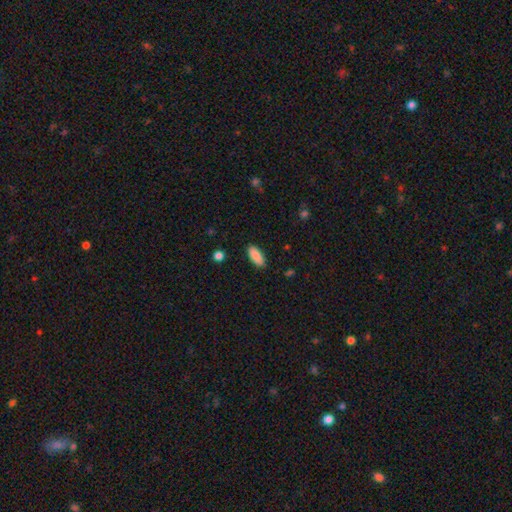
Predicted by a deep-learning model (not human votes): smooth_or_featured: smooth (p=0.89) [alt: star or artifact p=0.06]
how_rounded: in between (p=0.81) [alt: cigar-shaped p=0.17]
merging: none (p=0.88) [alt: minor disturbance p=0.09]